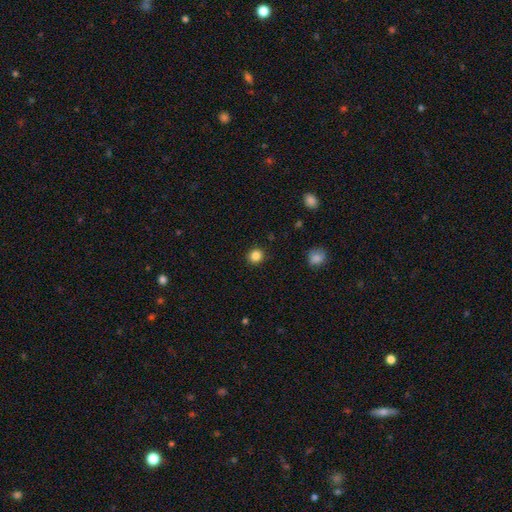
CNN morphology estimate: smooth 85%, star or artifact 11%, featured or disk 4%. Down the decision tree: how rounded — round (91%); merging — none (91%).